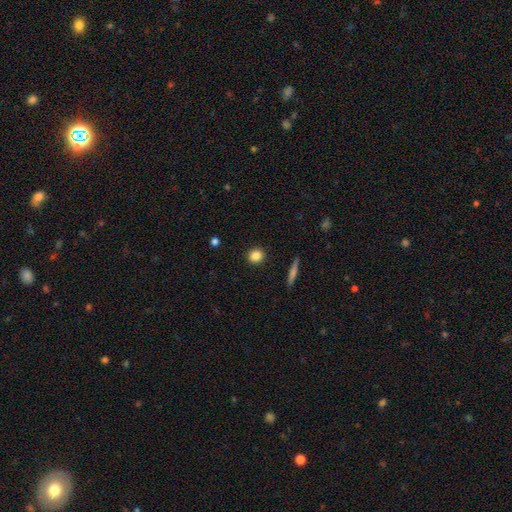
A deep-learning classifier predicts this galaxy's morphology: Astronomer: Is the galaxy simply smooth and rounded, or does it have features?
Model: smooth — 85%.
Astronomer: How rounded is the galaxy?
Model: round — 85%.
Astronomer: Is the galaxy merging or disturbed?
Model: none — 92%.